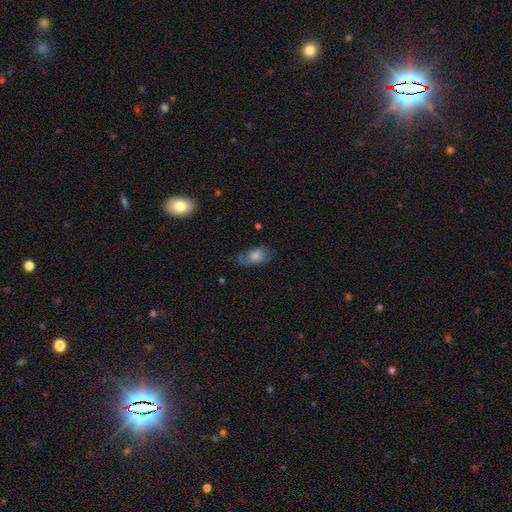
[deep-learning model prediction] Smooth or featured: smooth — 66% (featured or disk — 23%)
How rounded: in between — 83% (round — 12%)
Merging: none — 63% (minor disturbance — 25%)